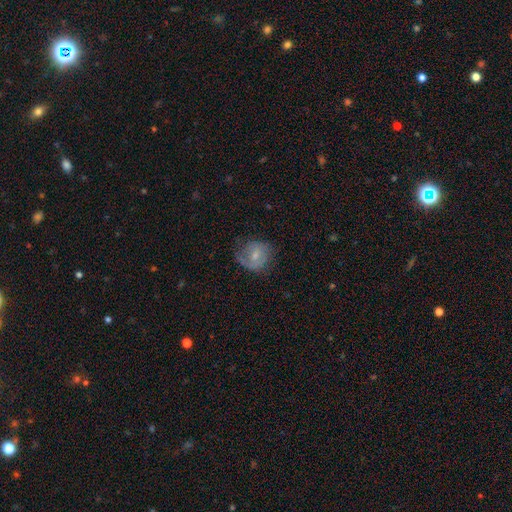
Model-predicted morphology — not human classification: The model was most divided on "smooth or featured": smooth: 48%, featured or disk: 44%, star or artifact: 8%. More confident: merging — none (57%).